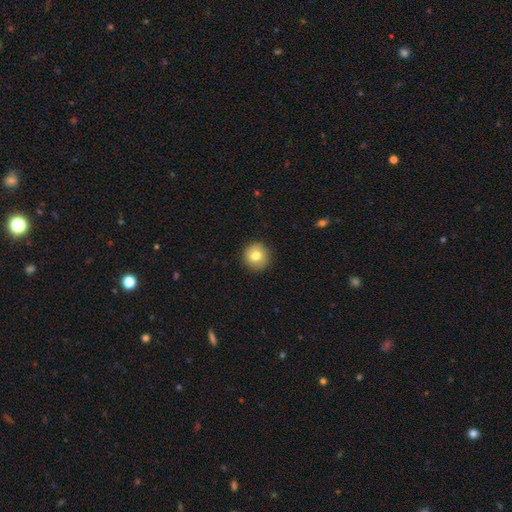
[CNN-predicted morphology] smooth-or-featured: smooth: 79% | featured or disk: 12% | star or artifact: 9%
  how-rounded: round: 94% | in between: 5% | cigar-shaped: 1%
  merging: none: 91% | minor disturbance: 7% | major disturbance: 2% | merger: 1%